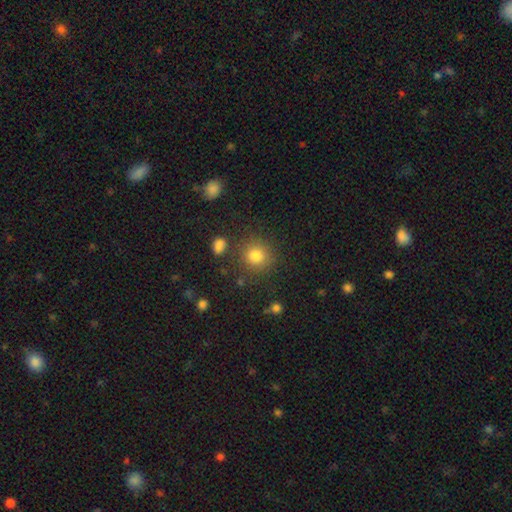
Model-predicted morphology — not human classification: A smooth galaxy with no disk features (80%) that is round (89%). Merging: none (82%).